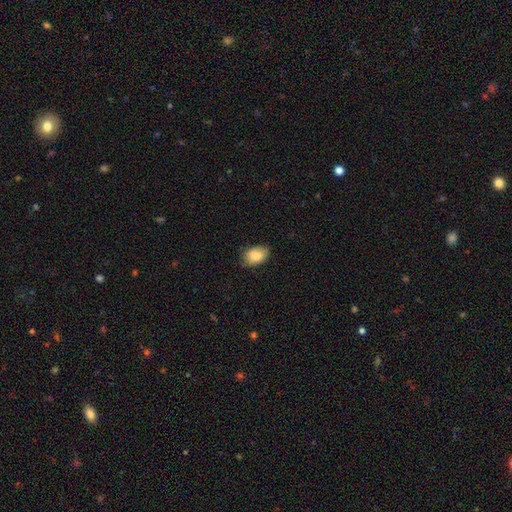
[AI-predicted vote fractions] This appears to be a smooth galaxy with no disk features (83%) that is in between round and cigar-shaped (87%). Merging: none (68%).